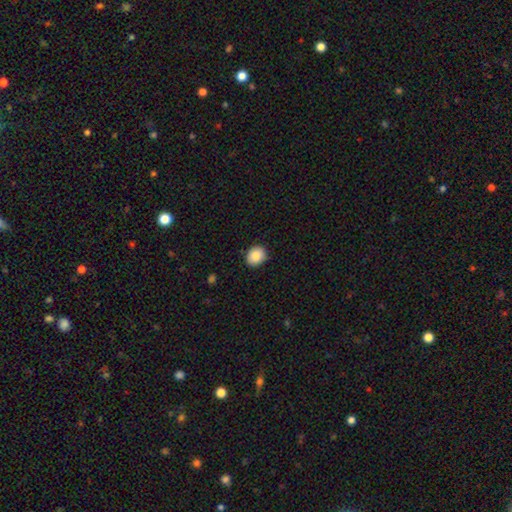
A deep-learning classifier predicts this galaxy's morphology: Smooth or featured? smooth (87%)
How rounded? round (66%)
Merging? none (87%)